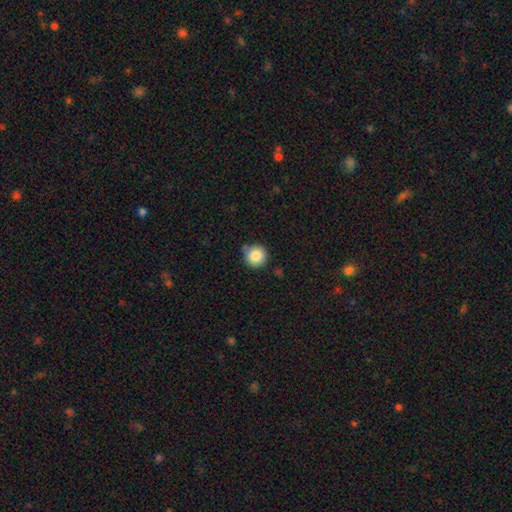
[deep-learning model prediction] Smooth or featured: smooth — 85% (star or artifact — 9%)
How rounded: round — 95% (in between — 4%)
Merging: none — 79% (minor disturbance — 14%)